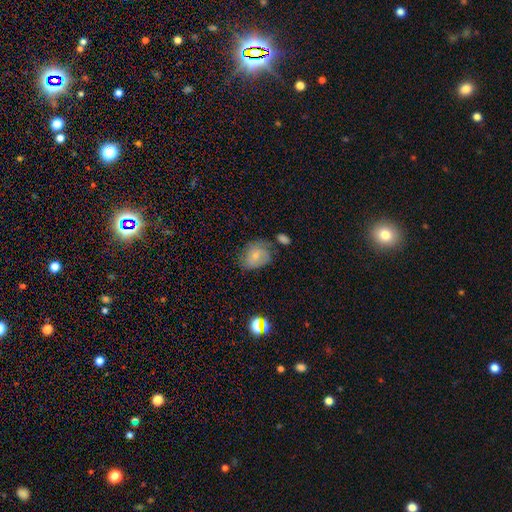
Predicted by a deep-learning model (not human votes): Morphology: type=smooth (68%); roundness=in between (55%); merging=none (50%).